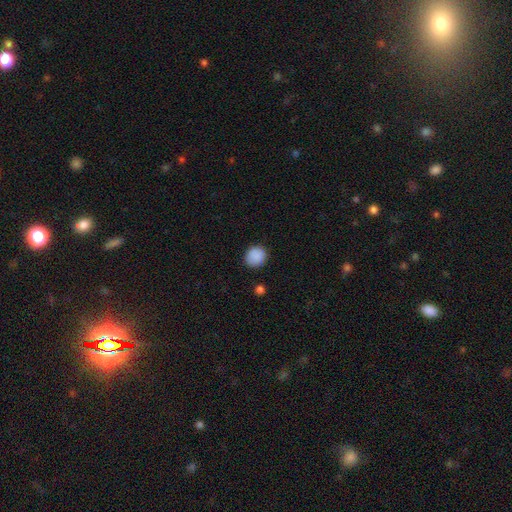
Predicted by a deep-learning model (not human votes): smooth 89%, star or artifact 8%, featured or disk 3%. Down the decision tree: how rounded — round (82%); merging — none (86%).